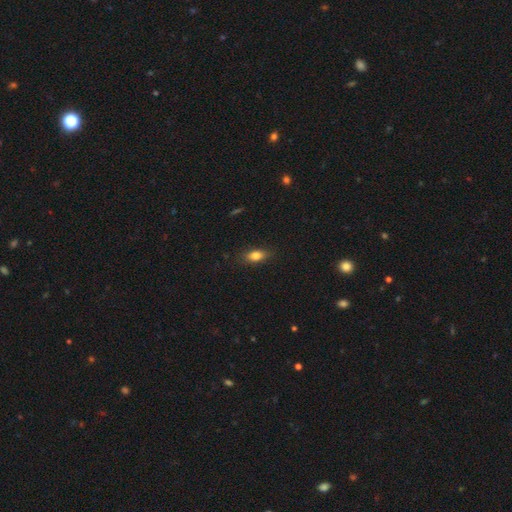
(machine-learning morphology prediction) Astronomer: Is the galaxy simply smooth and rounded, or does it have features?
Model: smooth — 79%.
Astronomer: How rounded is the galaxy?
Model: in between — 78%.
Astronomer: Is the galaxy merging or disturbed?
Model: none — 82%.